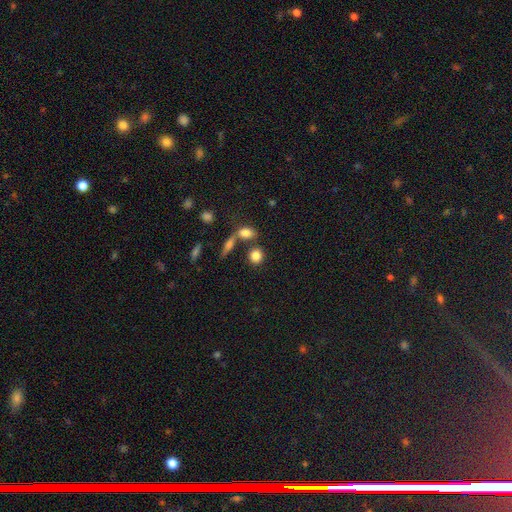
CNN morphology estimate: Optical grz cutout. It shows a smooth galaxy with no disk features (82%) that is round (70%). Merging: none (64%).